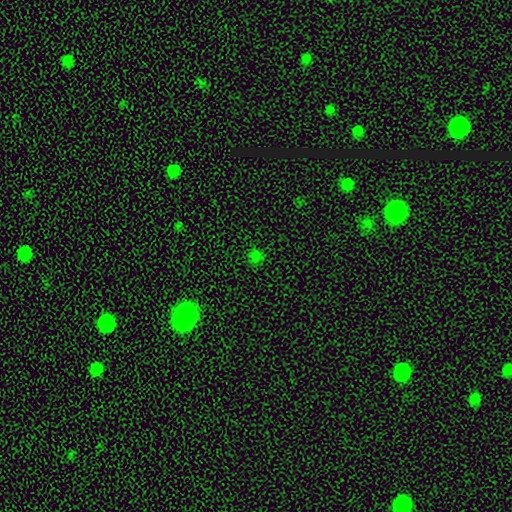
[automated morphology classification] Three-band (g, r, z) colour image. It shows a smooth galaxy with no disk features (62%) that is round (87%). Merging: none (84%).